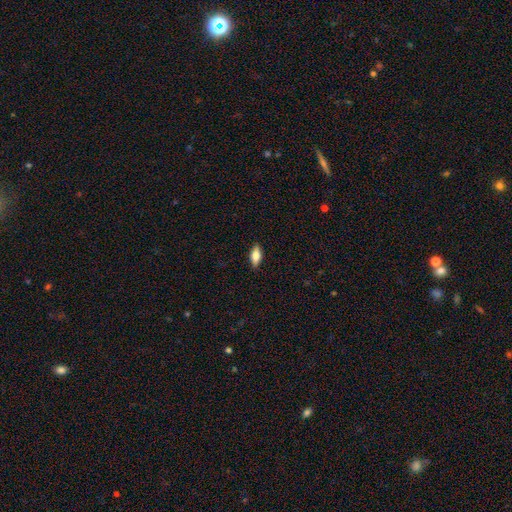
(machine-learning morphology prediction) type=smooth (70%); roundness=in between (81%); merging=none (88%).